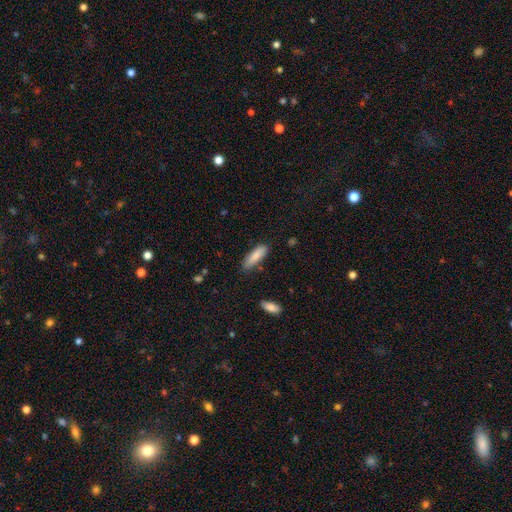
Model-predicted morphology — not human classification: Smooth or featured? smooth (82%)
How rounded? cigar-shaped (55%)
Merging? none (80%)